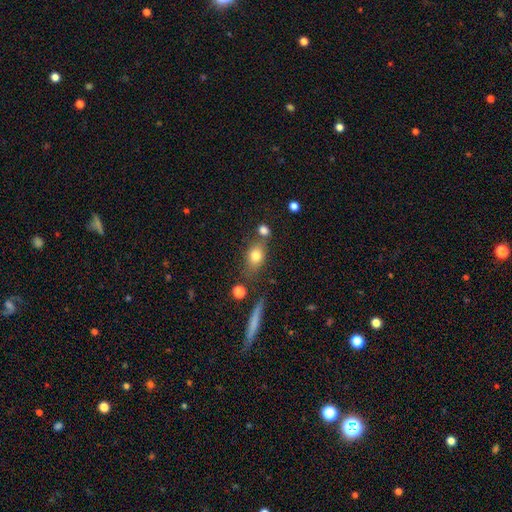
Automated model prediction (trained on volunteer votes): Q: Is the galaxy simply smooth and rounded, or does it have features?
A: smooth — 77%.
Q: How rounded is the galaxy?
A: in between — 64%.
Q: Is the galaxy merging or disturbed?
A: none — 62%.